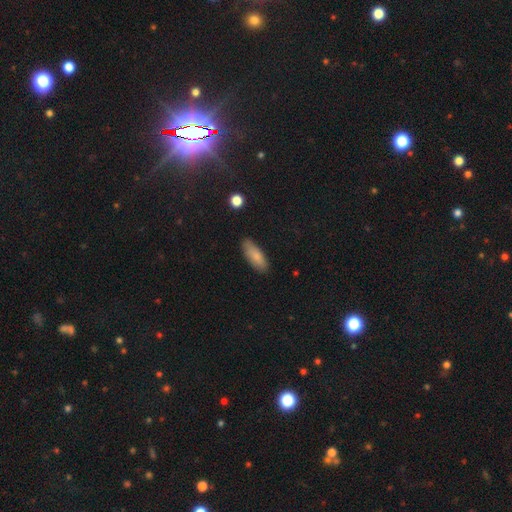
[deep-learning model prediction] Q: Smooth or featured?
A: smooth (82%); runner-up: featured or disk (12%)
Q: How rounded?
A: in between (71%); runner-up: cigar-shaped (27%)
Q: Merging?
A: none (83%); runner-up: minor disturbance (13%)